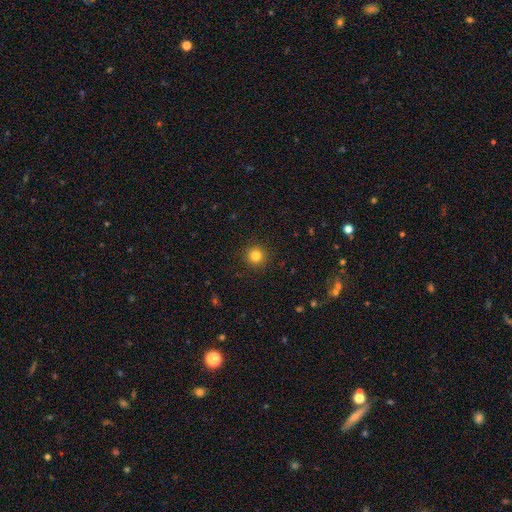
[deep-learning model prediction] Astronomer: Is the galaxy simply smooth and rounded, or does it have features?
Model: smooth — 82%.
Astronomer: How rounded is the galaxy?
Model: round — 95%.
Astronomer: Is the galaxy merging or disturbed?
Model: none — 92%.